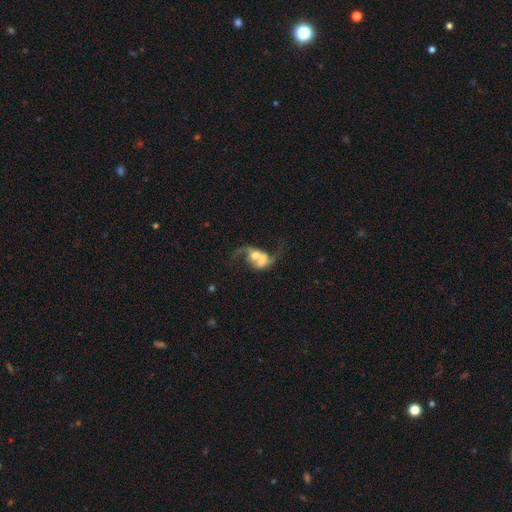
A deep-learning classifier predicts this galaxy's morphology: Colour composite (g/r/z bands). It shows a featured or disk galaxy (66%) with no bar (57%), spiral arms (77%) and a moderate central bulge (46%). Merging: merger (63%).